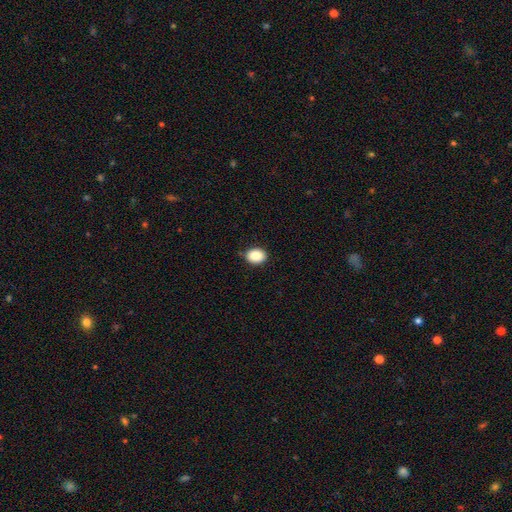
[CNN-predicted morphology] Smooth or featured? Predicted: smooth (p=0.89). How rounded? Predicted: in between (p=0.57). Merging? Predicted: none (p=0.87).